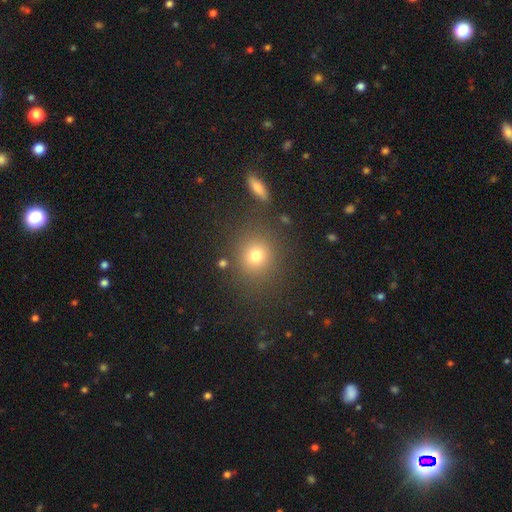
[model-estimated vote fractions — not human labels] Smooth or featured: smooth — 74% (star or artifact — 17%)
How rounded: round — 82% (in between — 17%)
Merging: none — 82% (minor disturbance — 9%)